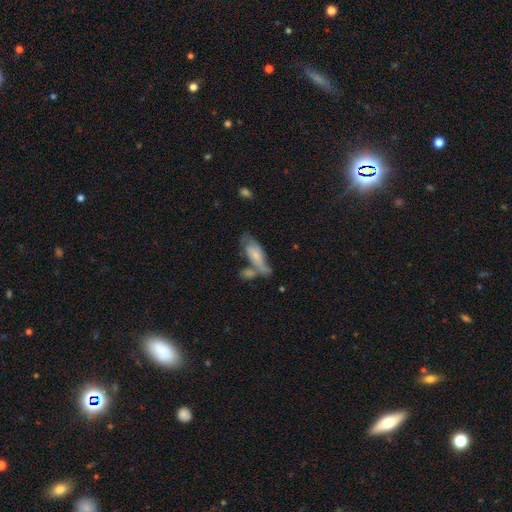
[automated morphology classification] smooth 52%, featured or disk 40%, star or artifact 7%. Down the decision tree: how rounded — in between (65%); merging — merger (36%).